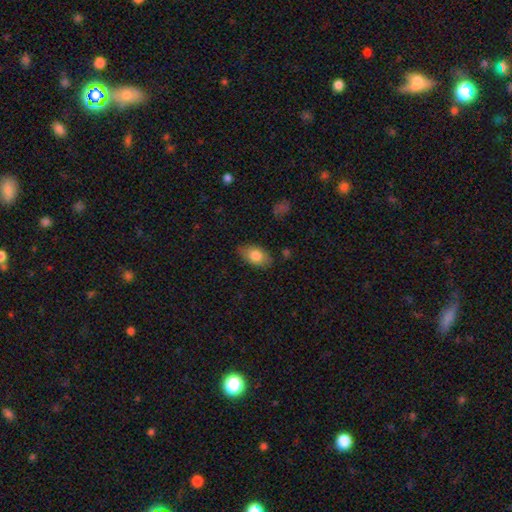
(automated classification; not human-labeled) Smooth or featured?
  - smooth: 81% *
  - featured or disk: 12%
  - star or artifact: 7%
How rounded?
  - in between: 92% *
  - round: 6%
  - cigar-shaped: 2%
Merging?
  - none: 82% *
  - minor disturbance: 14%
  - major disturbance: 3%
  - merger: 1%